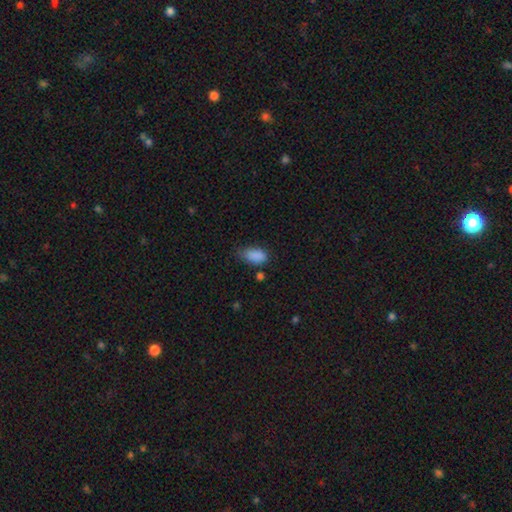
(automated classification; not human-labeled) A smooth galaxy with no disk features (86%) that is in between round and cigar-shaped (92%).

Vote fractions:
- Smooth or featured? smooth: 86% / star or artifact: 9% / featured or disk: 5%
- How rounded? in between: 92% / round: 5% / cigar-shaped: 3%
- Merging? none: 54% / minor disturbance: 34% / major disturbance: 9% / merger: 3%